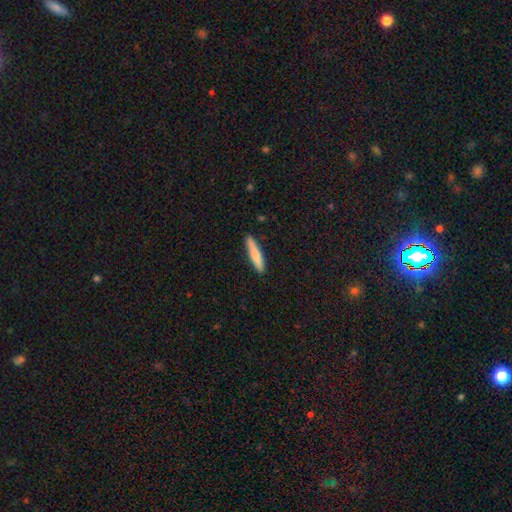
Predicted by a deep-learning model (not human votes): Smooth or featured?
  - smooth: 75% *
  - featured or disk: 20%
  - star or artifact: 5%
How rounded?
  - cigar-shaped: 89% *
  - in between: 10%
  - round: 1%
Merging?
  - none: 88% *
  - minor disturbance: 9%
  - major disturbance: 2%
  - merger: 1%